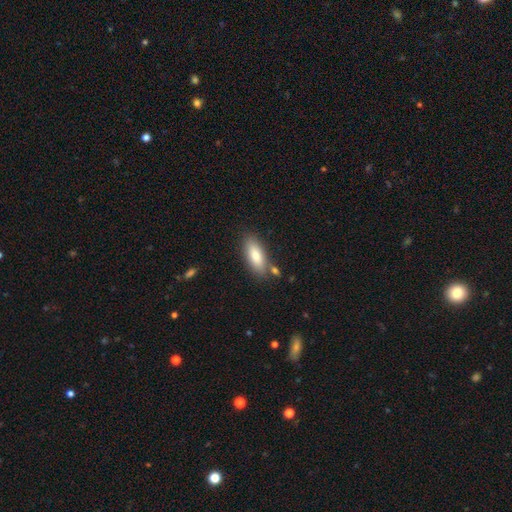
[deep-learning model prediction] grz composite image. It shows a smooth galaxy with no disk features (82%) that is in between round and cigar-shaped (73%). Merging: none (76%).